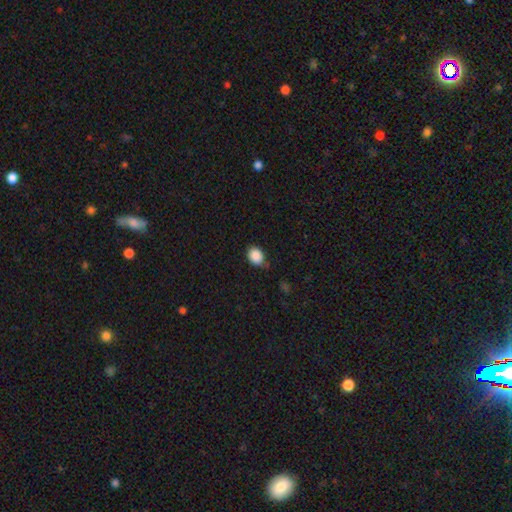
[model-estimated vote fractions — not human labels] smooth_or_featured: smooth (p=0.88) [alt: star or artifact p=0.08]
how_rounded: in between (p=0.60) [alt: round p=0.39]
merging: none (p=0.69) [alt: minor disturbance p=0.25]